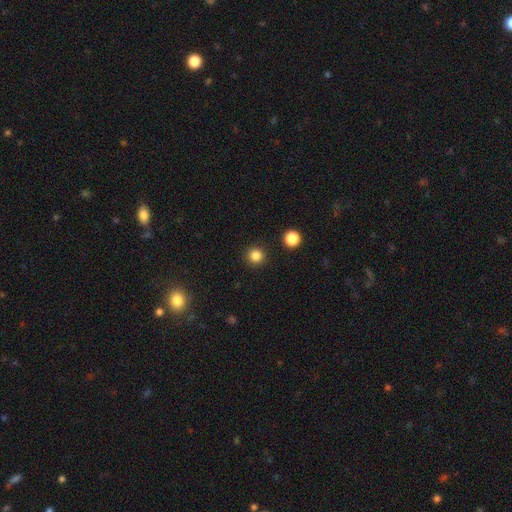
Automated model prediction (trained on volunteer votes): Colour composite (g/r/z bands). It shows a smooth galaxy with no disk features (84%) that is round (94%). Merging: none (91%).